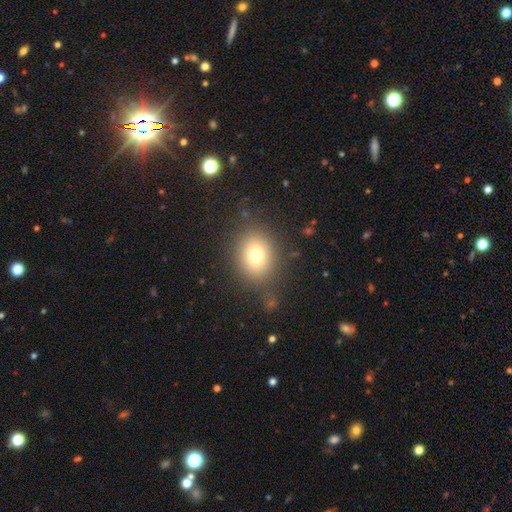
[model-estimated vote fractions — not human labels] Morphology: type=smooth (75%); roundness=round (59%); merging=none (80%).